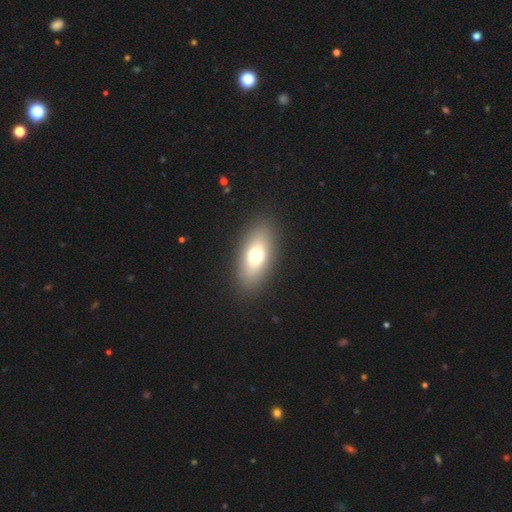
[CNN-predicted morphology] The model was most divided on "smooth or featured": smooth: 67%, featured or disk: 23%, star or artifact: 10%. More confident: merging — none (88%); how rounded — in between (82%).